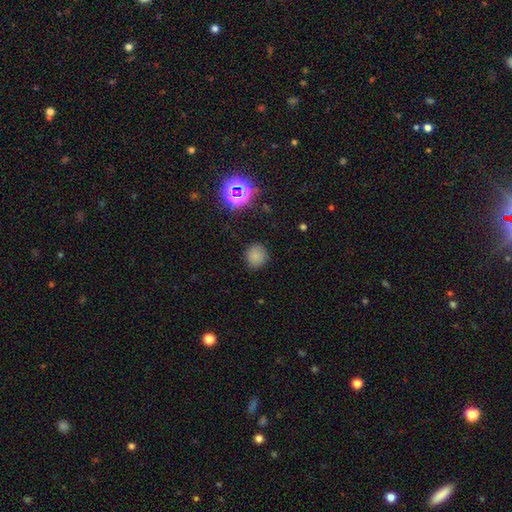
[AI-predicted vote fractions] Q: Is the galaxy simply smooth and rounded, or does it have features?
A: smooth — 75%.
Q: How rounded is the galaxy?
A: round — 88%.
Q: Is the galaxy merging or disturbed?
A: none — 86%.